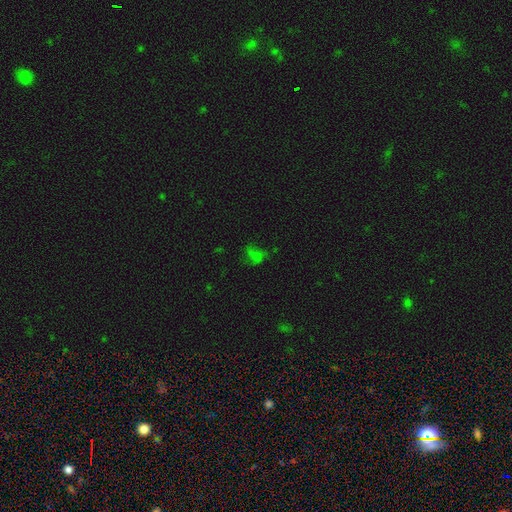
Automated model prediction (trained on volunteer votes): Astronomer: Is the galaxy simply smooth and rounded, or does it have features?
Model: smooth — 48% (runner-up: star or artifact, 30%).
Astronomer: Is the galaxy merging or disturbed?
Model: none — 44% (runner-up: major disturbance, 29%).